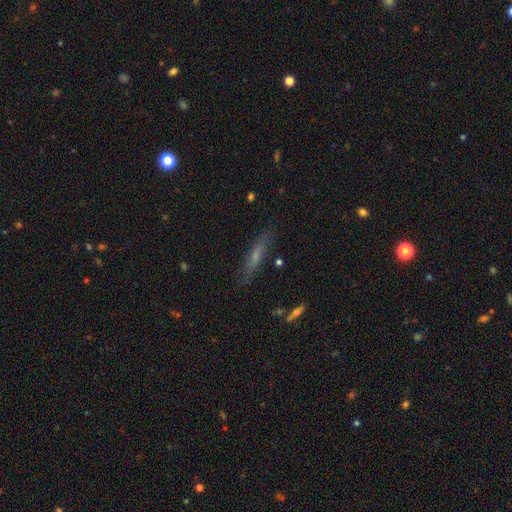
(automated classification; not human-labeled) Smooth or featured: smooth — 49% (featured or disk — 39%)
Merging: none — 83% (minor disturbance — 12%)